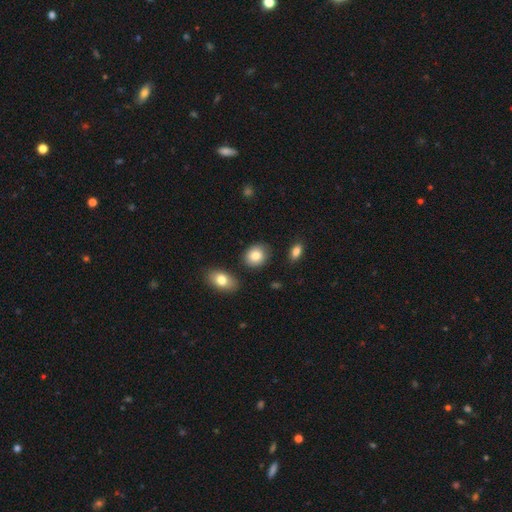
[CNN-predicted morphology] Smooth or featured? Predicted: smooth (p=0.83). How rounded? Predicted: round (p=0.61). Merging? Predicted: none (p=0.85).